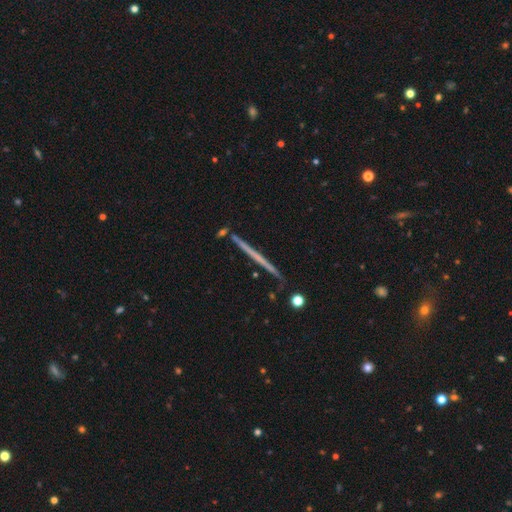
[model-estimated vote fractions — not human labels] Smooth or featured? featured or disk (61%)
Edge-on disk? yes (98%)
Edge-on bulge? none (90%)
Merging? none (88%)